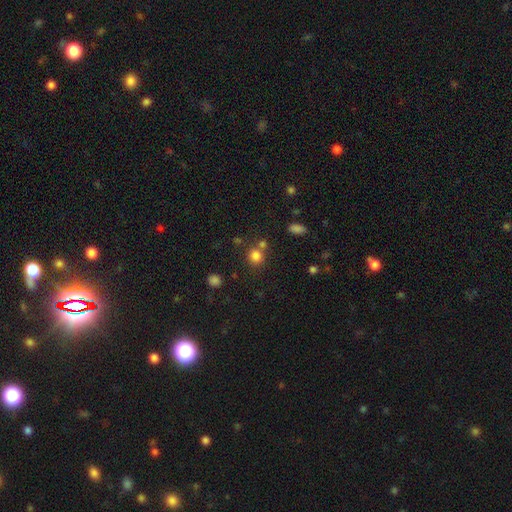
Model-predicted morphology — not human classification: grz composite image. It shows a smooth galaxy with no disk features (80%) that is round (86%). Merging: none (64%).